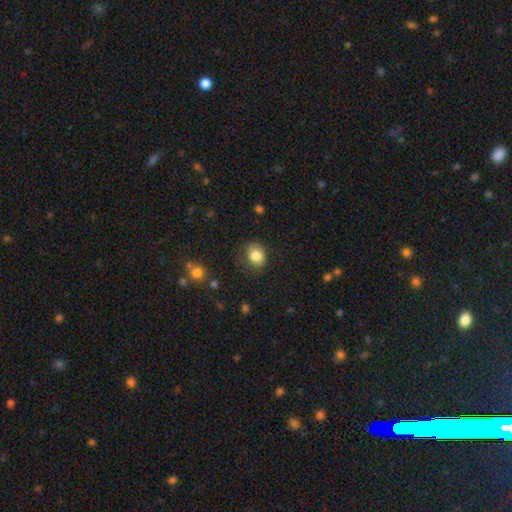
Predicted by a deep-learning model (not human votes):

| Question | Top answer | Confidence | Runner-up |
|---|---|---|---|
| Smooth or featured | smooth | 83% | star or artifact (9%) |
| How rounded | round | 66% | in between (33%) |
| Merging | none | 71% | minor disturbance (21%) |